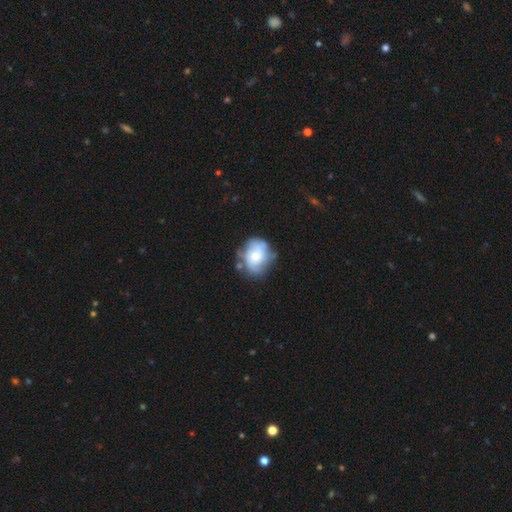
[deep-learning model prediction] Q: Smooth or featured?
A: smooth (49%); runner-up: featured or disk (44%)
Q: Merging?
A: none (50%); runner-up: minor disturbance (29%)